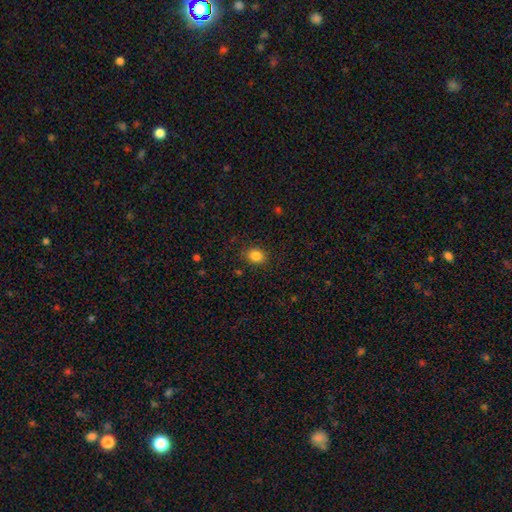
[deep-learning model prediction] smooth_or_featured: smooth (p=0.85) [alt: star or artifact p=0.11]
how_rounded: round (p=0.52) [alt: in between p=0.47]
merging: none (p=0.84) [alt: minor disturbance p=0.11]